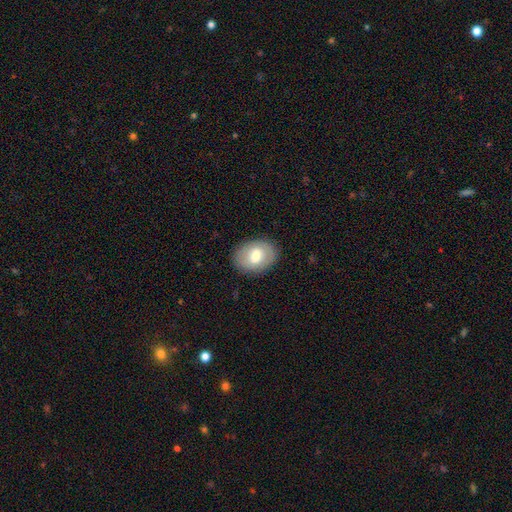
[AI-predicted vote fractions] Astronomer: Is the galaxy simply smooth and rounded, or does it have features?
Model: smooth — 63%.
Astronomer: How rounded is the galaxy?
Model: in between — 70%.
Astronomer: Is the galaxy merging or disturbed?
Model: none — 85%.